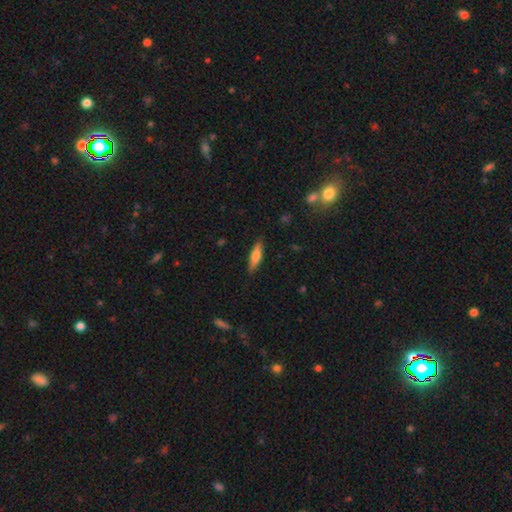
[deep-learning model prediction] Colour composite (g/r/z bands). It shows a smooth galaxy with no disk features (66%) that is cigar-shaped (67%). Merging: none (87%).